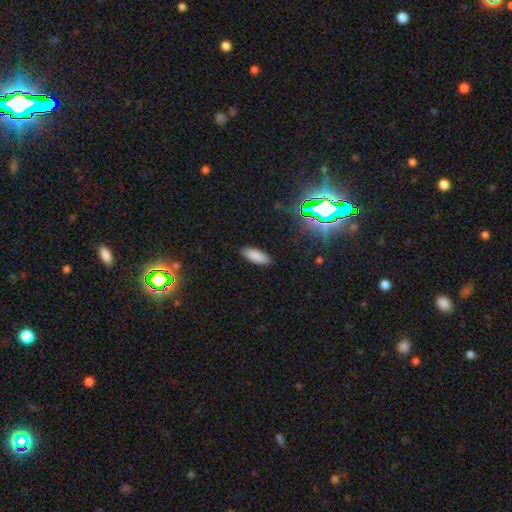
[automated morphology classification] Smooth or featured? Predicted: smooth (p=0.84). How rounded? Predicted: in between (p=0.77). Merging? Predicted: none (p=0.88).